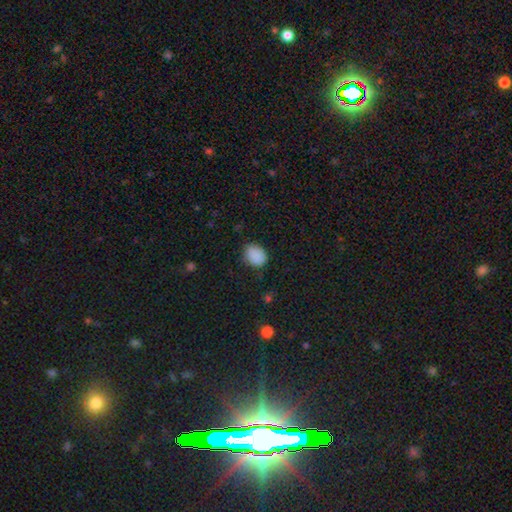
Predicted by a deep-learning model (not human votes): A smooth galaxy with no disk features (87%) that is in between round and cigar-shaped (57%).

Vote fractions:
- Smooth or featured? smooth: 87% / star or artifact: 9% / featured or disk: 3%
- How rounded? in between: 57% / round: 42% / cigar-shaped: 1%
- Merging? none: 77% / minor disturbance: 18% / major disturbance: 4% / merger: 1%